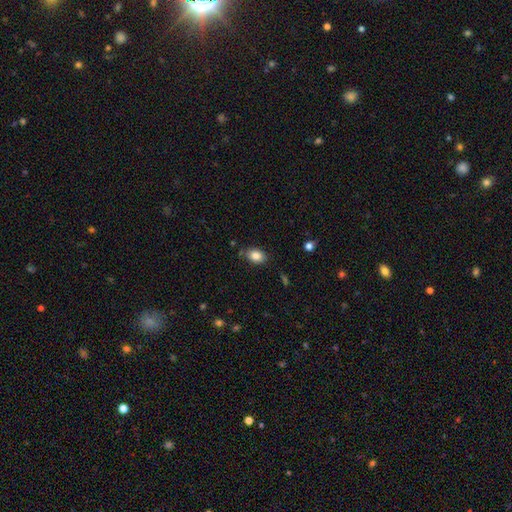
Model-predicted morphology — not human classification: A smooth galaxy with no disk features (86%) that is in between round and cigar-shaped (82%). Merging: none (78%).